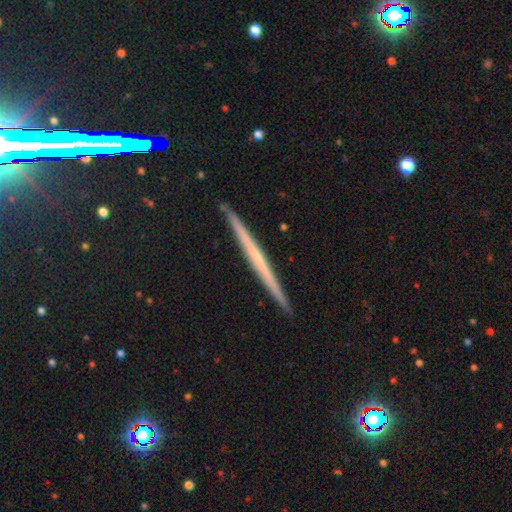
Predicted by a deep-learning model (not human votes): A featured or disk galaxy (58%) viewed edge-on (98%) with no central bulge (88%).

Vote fractions:
- Smooth or featured? featured or disk: 58% / smooth: 35% / star or artifact: 7%
- Edge-on disk? yes: 98% / no: 2%
- Edge-on bulge? none: 88% / rounded: 9% / boxy: 4%
- Merging? none: 92% / minor disturbance: 6% / major disturbance: 1% / merger: 1%